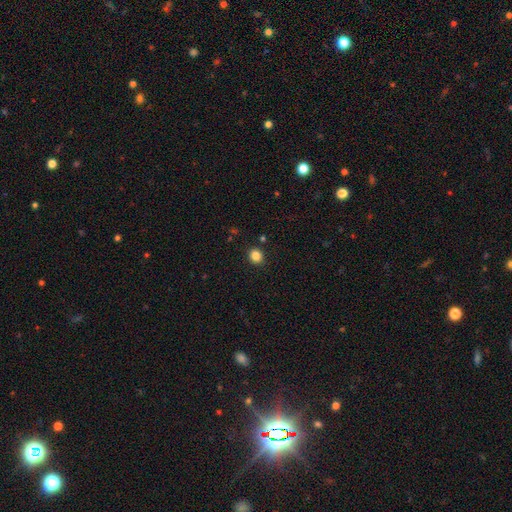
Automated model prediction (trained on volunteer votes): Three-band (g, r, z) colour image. It shows a smooth galaxy with no disk features (84%) that is round (76%). Merging: none (89%).